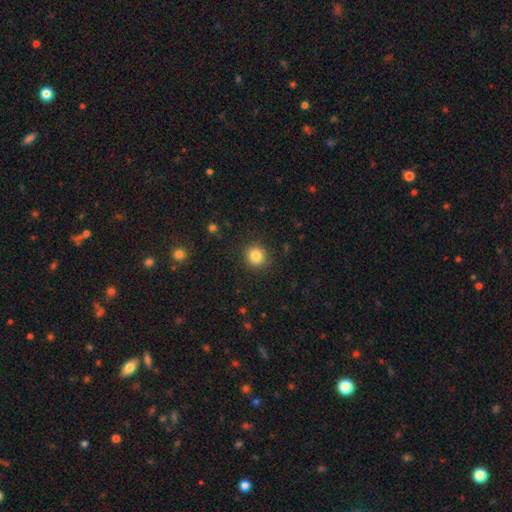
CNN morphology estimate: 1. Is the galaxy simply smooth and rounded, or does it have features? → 83% smooth, 11% star or artifact, 5% featured or disk.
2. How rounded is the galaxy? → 92% round, 7% in between, 1% cigar-shaped.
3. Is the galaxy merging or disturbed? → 90% none, 7% minor disturbance, 2% major disturbance, 1% merger.